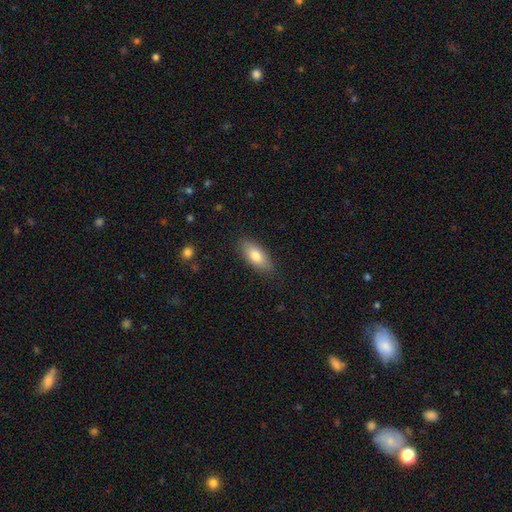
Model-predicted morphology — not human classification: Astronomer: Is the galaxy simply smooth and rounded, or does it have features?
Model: smooth — 78%.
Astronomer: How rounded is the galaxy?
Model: in between — 85%.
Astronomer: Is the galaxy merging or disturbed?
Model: none — 86%.